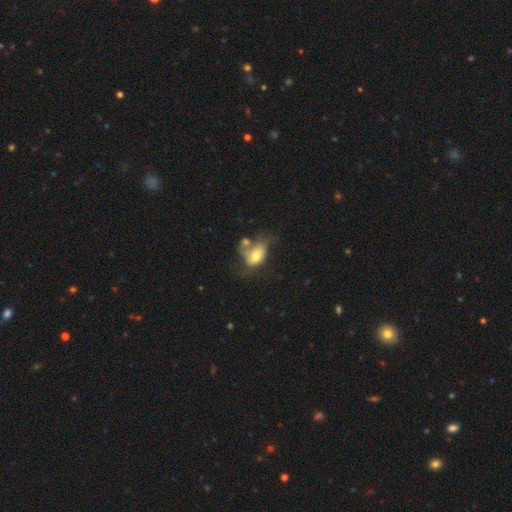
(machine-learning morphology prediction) Overall: smooth (59%; featured or disk 33%). How rounded: in between (82%). Merging: merger (35%; major disturbance 27%).